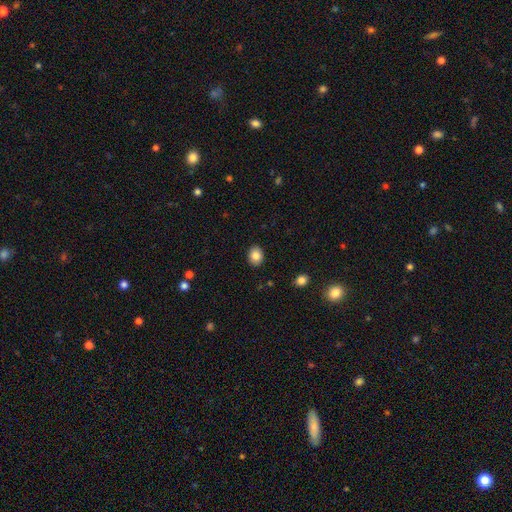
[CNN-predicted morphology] Smooth or featured? smooth (85%)
How rounded? round (54%)
Merging? none (90%)